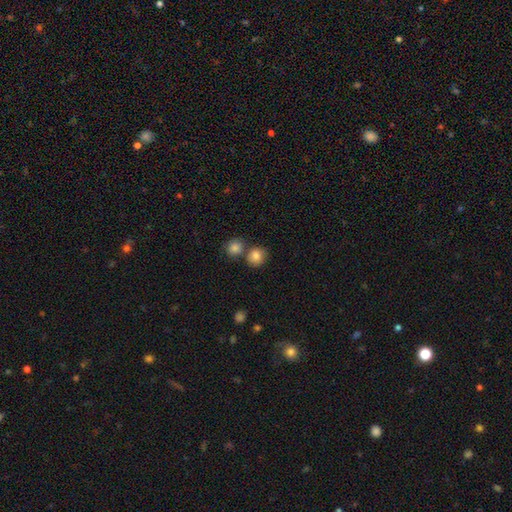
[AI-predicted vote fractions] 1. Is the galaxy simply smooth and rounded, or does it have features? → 83% smooth, 10% star or artifact, 7% featured or disk.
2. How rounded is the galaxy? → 84% round, 15% in between, 1% cigar-shaped.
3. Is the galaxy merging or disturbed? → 62% none, 25% merger, 10% minor disturbance, 3% major disturbance.